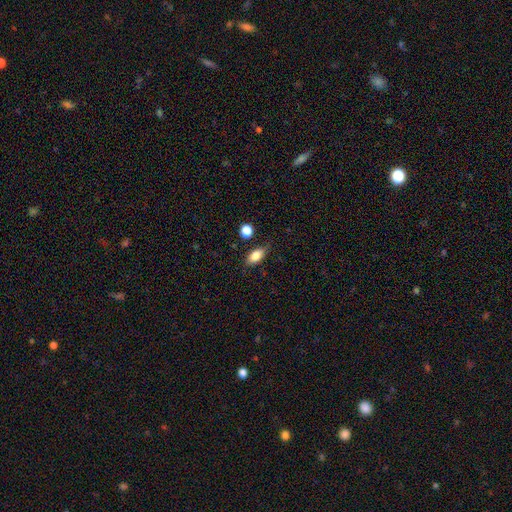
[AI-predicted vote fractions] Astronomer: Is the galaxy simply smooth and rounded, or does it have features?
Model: smooth — 82%.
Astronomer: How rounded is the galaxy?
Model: in between — 86%.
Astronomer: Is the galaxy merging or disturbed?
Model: none — 75%.